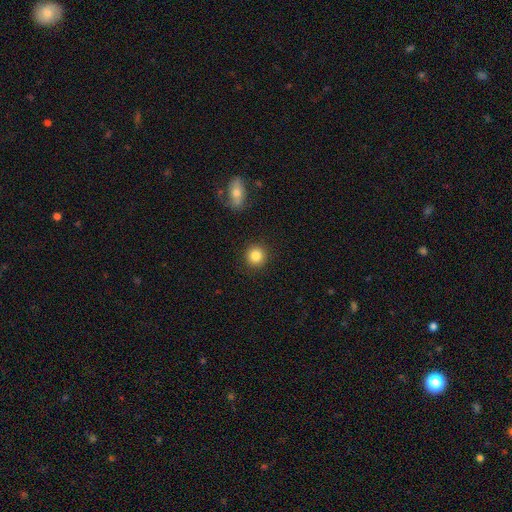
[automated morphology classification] A smooth galaxy with no disk features (85%) that is round (93%). Merging: none (91%).